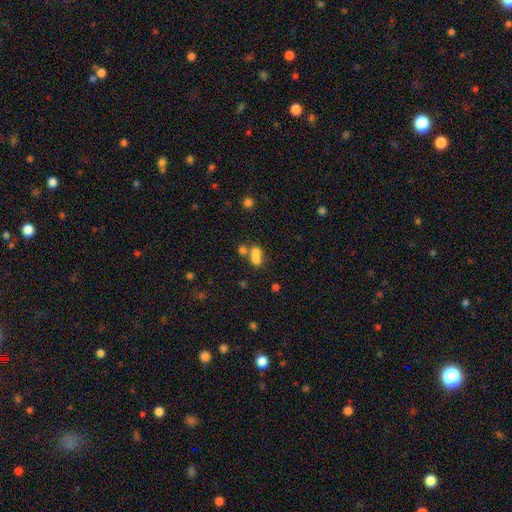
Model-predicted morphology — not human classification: Q: Smooth or featured?
A: smooth (68%); runner-up: featured or disk (17%)
Q: How rounded?
A: in between (61%); runner-up: round (36%)
Q: Merging?
A: merger (60%); runner-up: none (25%)